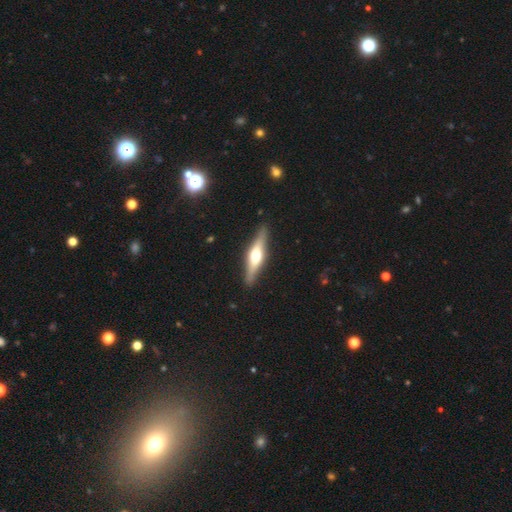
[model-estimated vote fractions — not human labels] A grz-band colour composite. It shows a featured or disk galaxy (66%) viewed edge-on (95%) with a rounded central bulge (93%). Merging: none (89%).